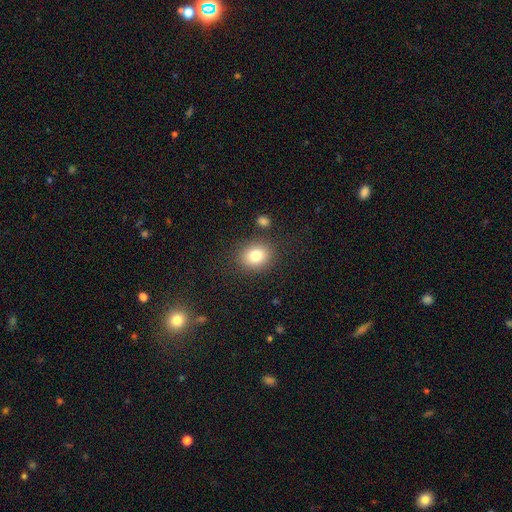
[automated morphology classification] The model was most divided on "how rounded": round: 57%, in between: 42%, cigar-shaped: 1%. More confident: merging — none (84%); smooth or featured — smooth (80%).